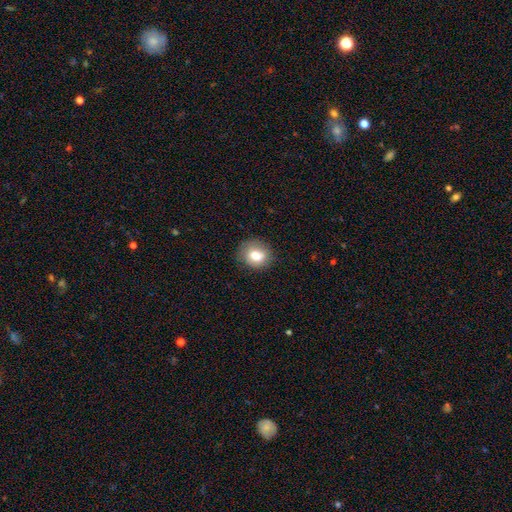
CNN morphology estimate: Smooth or featured: smooth — 77% (featured or disk — 14%)
How rounded: round — 69% (in between — 30%)
Merging: none — 83% (minor disturbance — 13%)